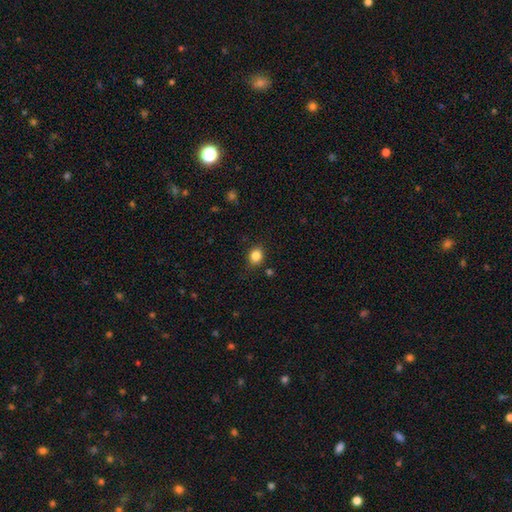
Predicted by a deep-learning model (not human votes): Overall: smooth (85%). How rounded: round (57%; in between 42%). Merging: none (85%).